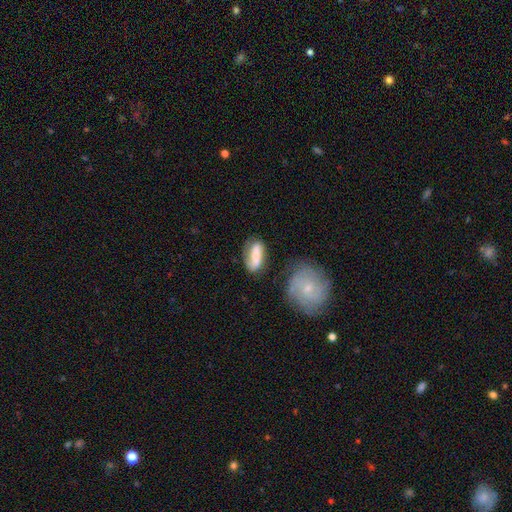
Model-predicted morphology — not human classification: Q: Smooth or featured?
A: smooth (54%); runner-up: featured or disk (38%)
Q: How rounded?
A: in between (76%); runner-up: cigar-shaped (19%)
Q: Merging?
A: none (61%); runner-up: minor disturbance (23%)